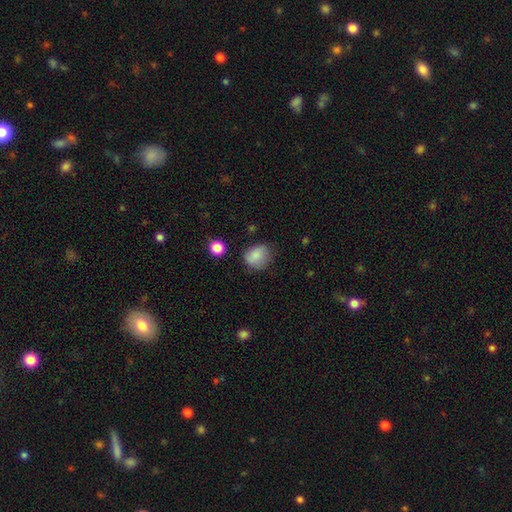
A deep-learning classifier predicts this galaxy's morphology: Smooth or featured: smooth — 82% (star or artifact — 9%)
How rounded: round — 60% (in between — 39%)
Merging: none — 64% (minor disturbance — 26%)